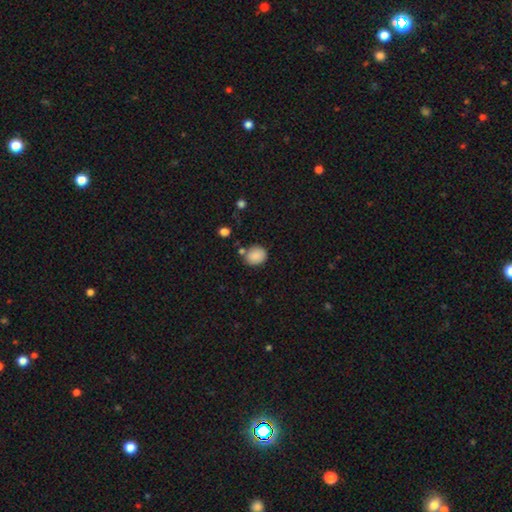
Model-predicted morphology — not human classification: This appears to be a smooth galaxy with no disk features (87%) that is round (65%). Merging: none (72%).